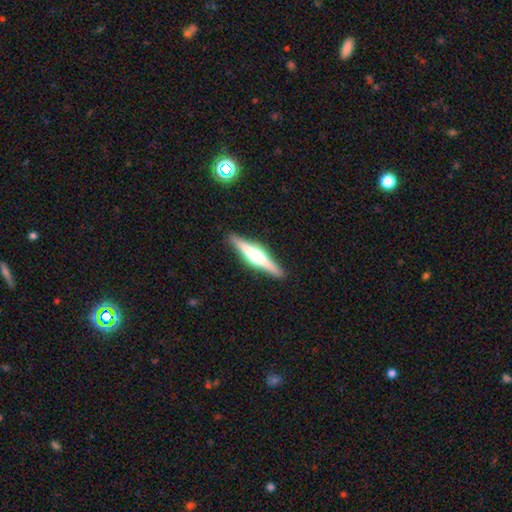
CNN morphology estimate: A featured or disk galaxy (69%) viewed edge-on (98%) with a rounded central bulge (87%).

Vote fractions:
- Smooth or featured? featured or disk: 69% / smooth: 25% / star or artifact: 5%
- Edge-on disk? yes: 98% / no: 2%
- Edge-on bulge? rounded: 87% / boxy: 9% / none: 4%
- Merging? none: 90% / minor disturbance: 7% / major disturbance: 2% / merger: 1%